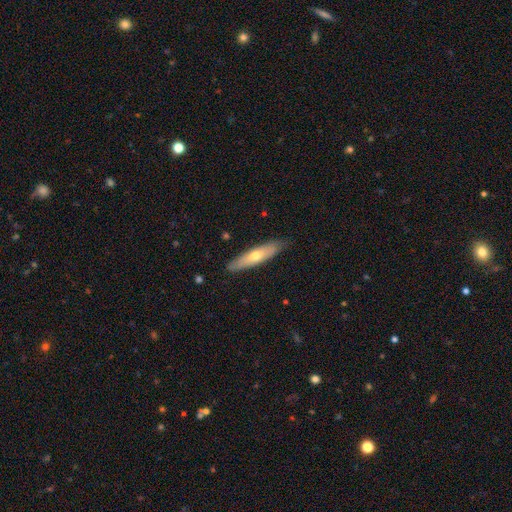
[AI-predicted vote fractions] This appears to be a smooth galaxy with no disk features (52%) that is cigar-shaped (76%). Merging: none (85%).